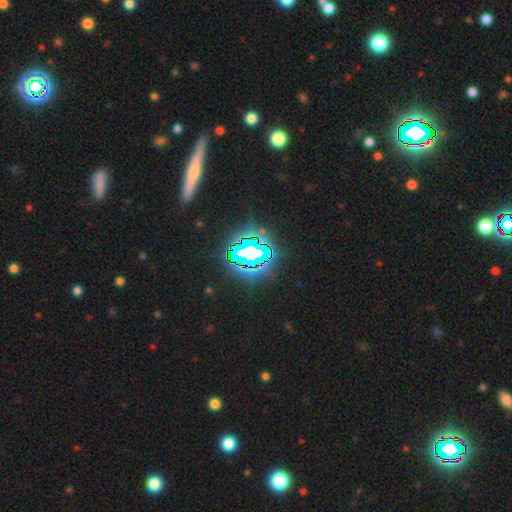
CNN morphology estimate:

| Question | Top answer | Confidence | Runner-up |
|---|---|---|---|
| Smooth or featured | star or artifact | 74% | smooth (14%) |